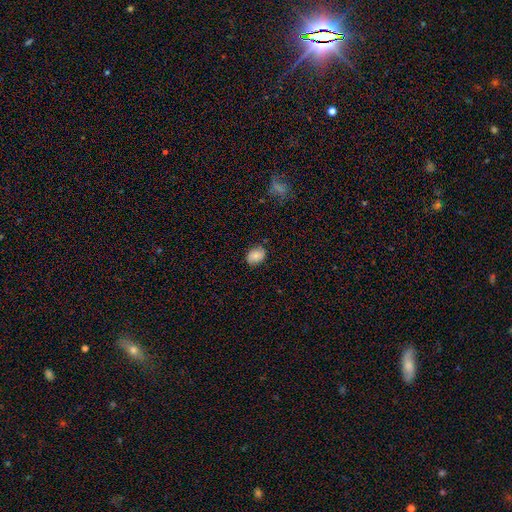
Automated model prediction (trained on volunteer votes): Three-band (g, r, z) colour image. It shows a smooth galaxy with no disk features (80%) that is in between round and cigar-shaped (72%). Merging: none (78%).